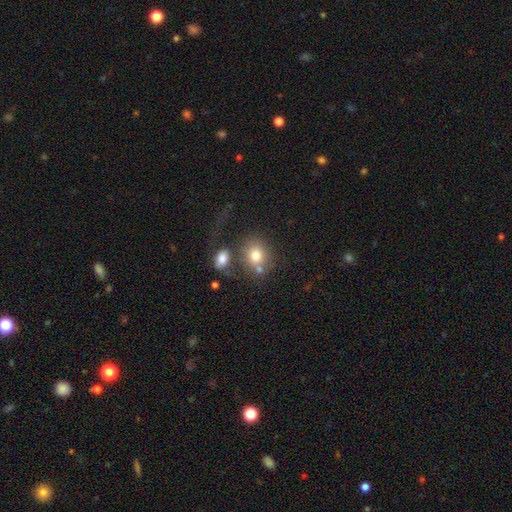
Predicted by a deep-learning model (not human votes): Smooth or featured: smooth — 76% (featured or disk — 14%)
How rounded: round — 66% (in between — 33%)
Merging: none — 48% (merger — 28%)